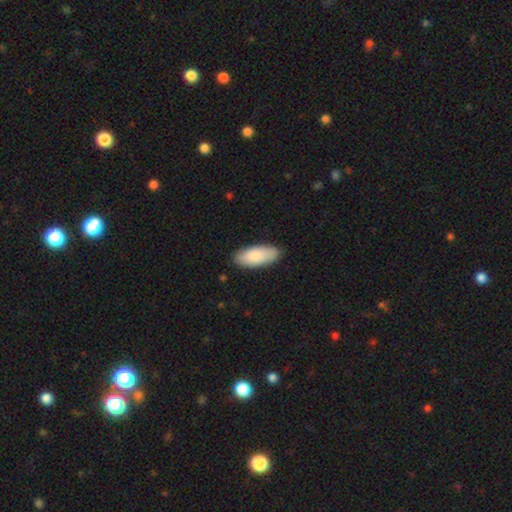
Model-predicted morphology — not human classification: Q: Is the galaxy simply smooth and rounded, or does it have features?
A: smooth — 87%.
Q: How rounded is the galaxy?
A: in between — 86%.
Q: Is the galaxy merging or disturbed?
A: none — 86%.